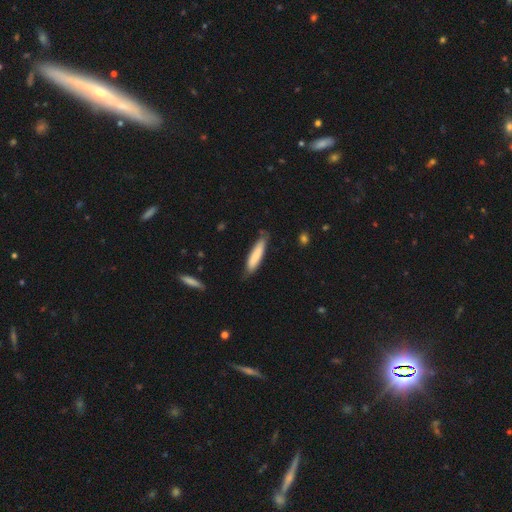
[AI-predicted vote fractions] Q: Smooth or featured?
A: smooth (77%); runner-up: featured or disk (18%)
Q: How rounded?
A: cigar-shaped (82%); runner-up: in between (17%)
Q: Merging?
A: none (75%); runner-up: minor disturbance (20%)